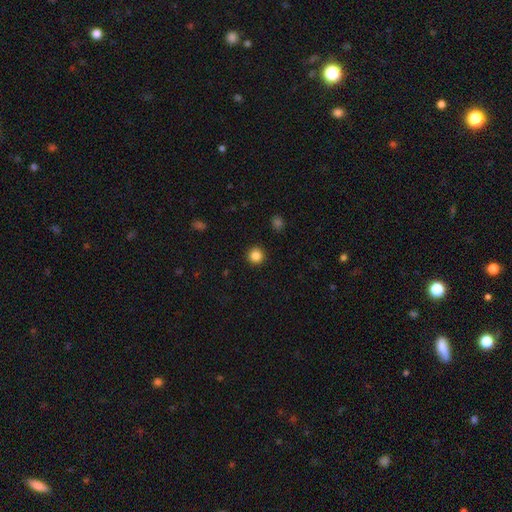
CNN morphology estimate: type=smooth (85%); roundness=round (95%); merging=none (93%).